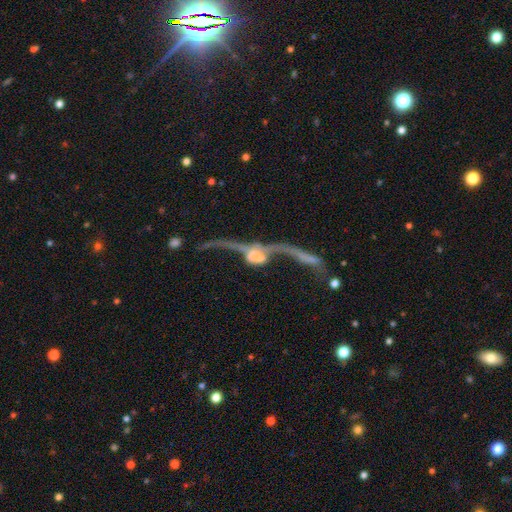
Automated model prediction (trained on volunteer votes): Overall: featured or disk (69%). Edge-on disk: no (72%). Merging: merger (38%; major disturbance 35%).